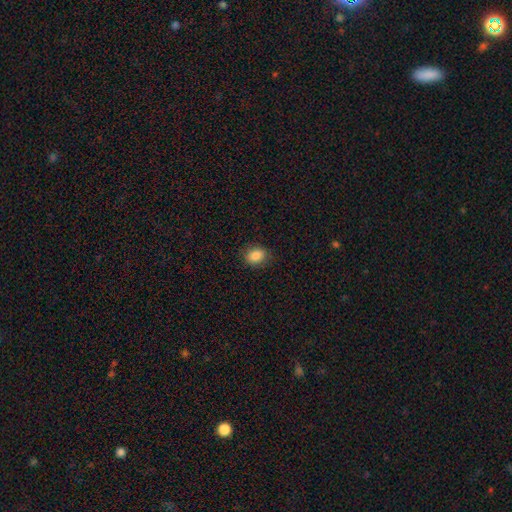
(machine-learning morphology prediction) This is clearly a smooth galaxy (87%). How rounded: likely in between (69%). Merging: clearly none (84%).